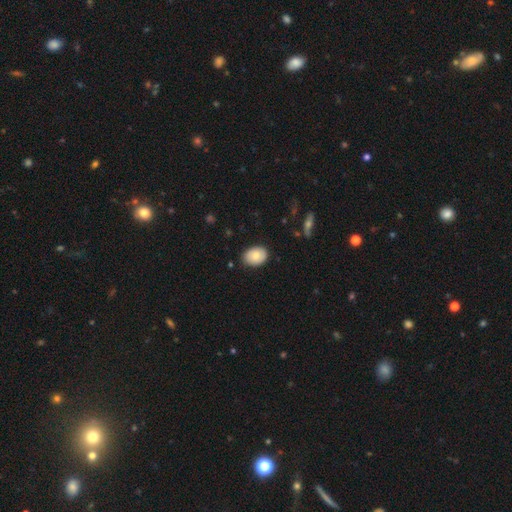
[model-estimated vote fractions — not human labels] smooth 79%, featured or disk 14%, star or artifact 7%. Down the decision tree: how rounded — in between (76%); merging — none (83%).